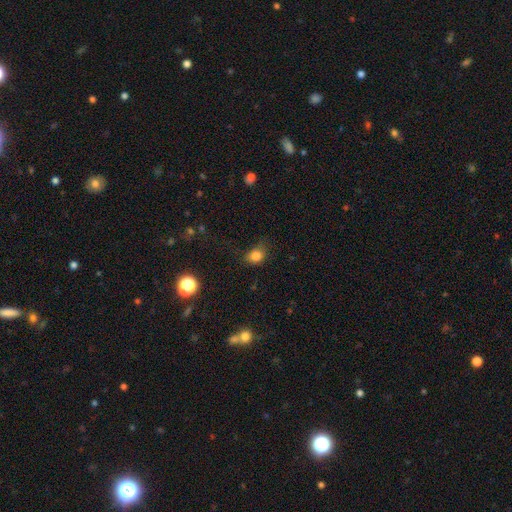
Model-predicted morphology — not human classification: This is clearly a smooth galaxy (81%). How rounded: possibly round (59%). Merging: likely none (62%).